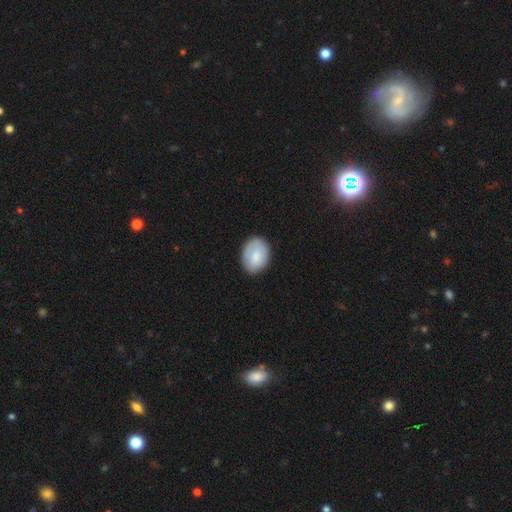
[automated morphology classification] Q: Smooth or featured?
A: smooth (77%); runner-up: featured or disk (17%)
Q: How rounded?
A: in between (71%); runner-up: round (28%)
Q: Merging?
A: none (81%); runner-up: minor disturbance (14%)